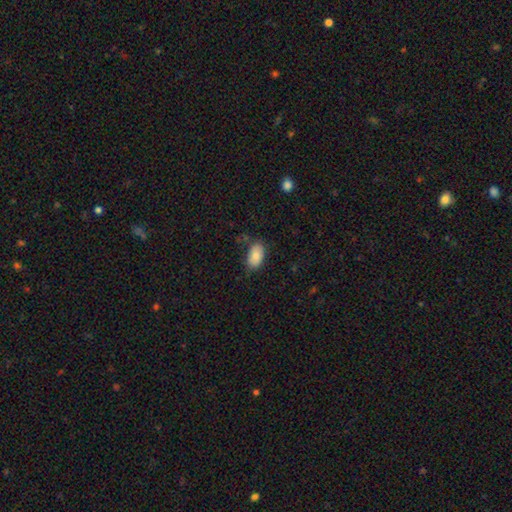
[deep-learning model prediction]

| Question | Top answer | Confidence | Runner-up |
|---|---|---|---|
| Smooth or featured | smooth | 84% | featured or disk (9%) |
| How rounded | in between | 93% | round (5%) |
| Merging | none | 77% | minor disturbance (17%) |